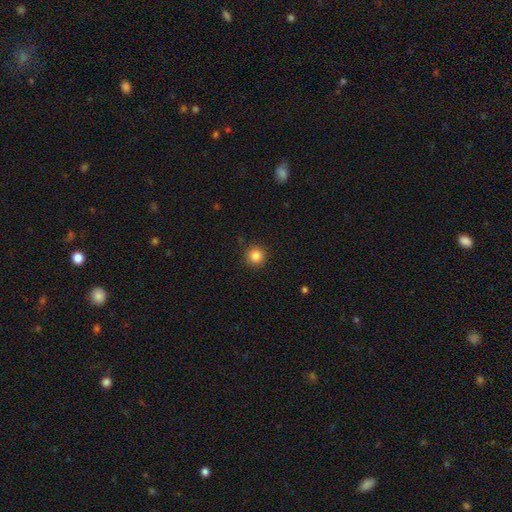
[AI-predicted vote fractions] The model was most divided on "smooth or featured": smooth: 85%, star or artifact: 11%, featured or disk: 5%. More confident: how rounded — round (95%); merging — none (92%).